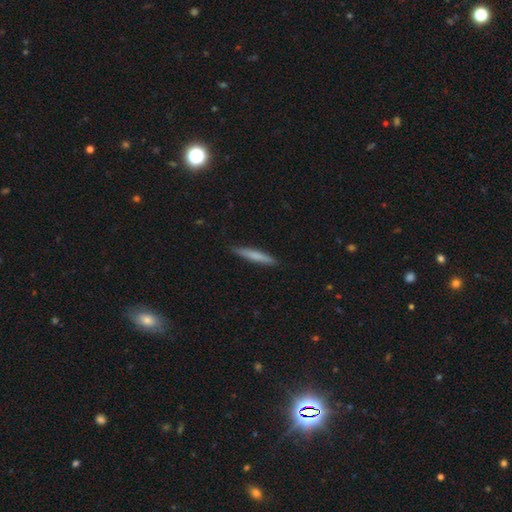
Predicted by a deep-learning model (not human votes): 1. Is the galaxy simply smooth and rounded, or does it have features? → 71% smooth, 24% featured or disk, 6% star or artifact.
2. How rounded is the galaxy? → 95% cigar-shaped, 4% in between, 1% round.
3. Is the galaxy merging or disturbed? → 90% none, 8% minor disturbance, 2% major disturbance, 1% merger.